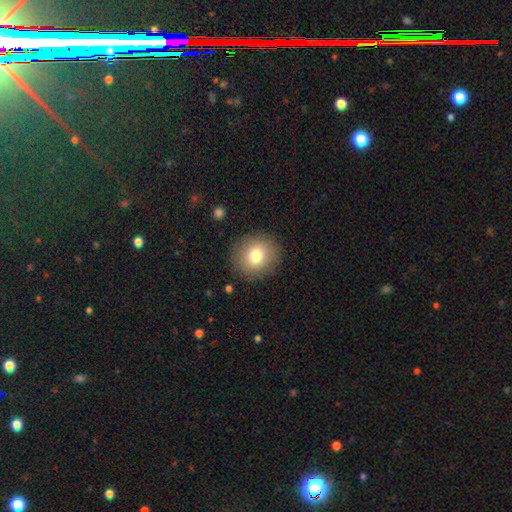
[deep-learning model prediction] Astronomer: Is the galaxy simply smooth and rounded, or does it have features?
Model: smooth — 78%.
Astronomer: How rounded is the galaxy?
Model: round — 88%.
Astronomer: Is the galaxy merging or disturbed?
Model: none — 89%.